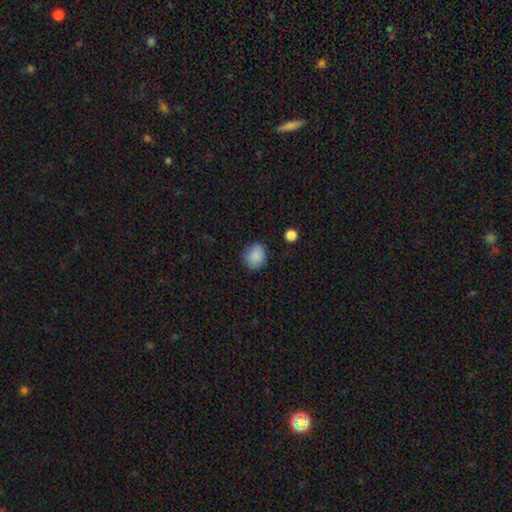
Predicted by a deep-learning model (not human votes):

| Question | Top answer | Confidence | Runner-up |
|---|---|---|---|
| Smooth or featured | smooth | 87% | star or artifact (9%) |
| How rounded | round | 63% | in between (36%) |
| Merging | none | 77% | minor disturbance (17%) |